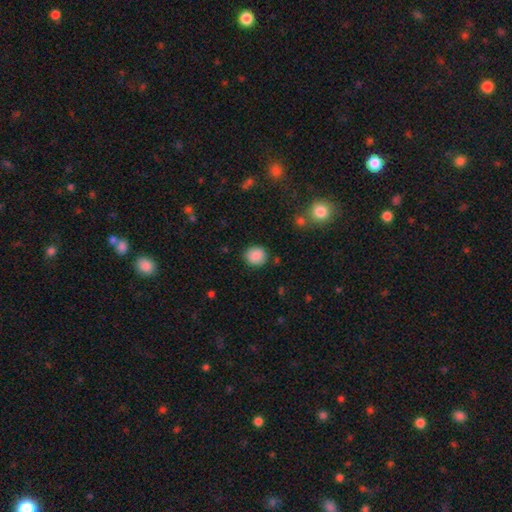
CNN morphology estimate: Q: Smooth or featured?
A: smooth (87%); runner-up: star or artifact (8%)
Q: How rounded?
A: round (85%); runner-up: in between (14%)
Q: Merging?
A: none (87%); runner-up: minor disturbance (9%)